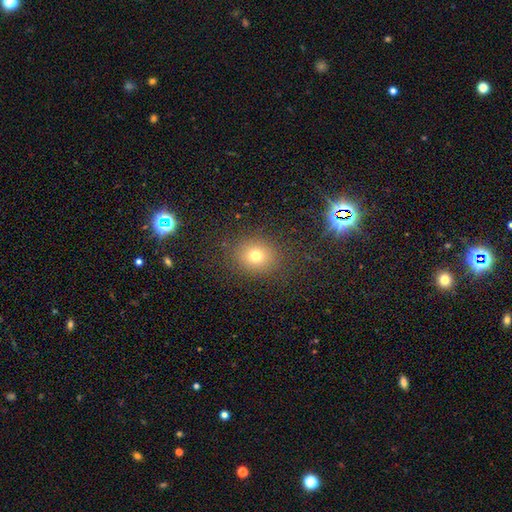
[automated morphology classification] smooth 74%, star or artifact 16%, featured or disk 10%. Down the decision tree: how rounded — round (73%); merging — none (85%).